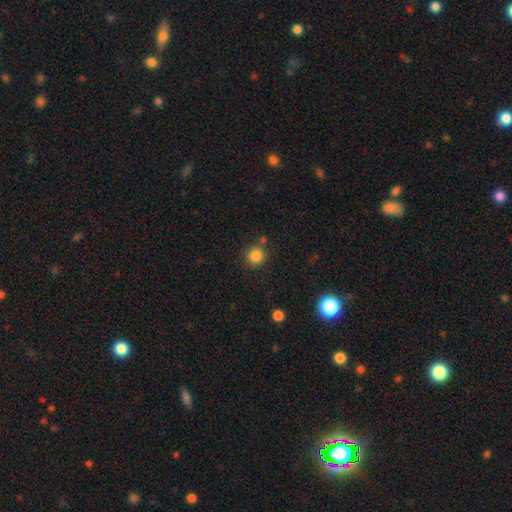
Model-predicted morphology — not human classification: This is clearly a smooth galaxy (84%). How rounded: clearly round (92%). Merging: likely none (79%).